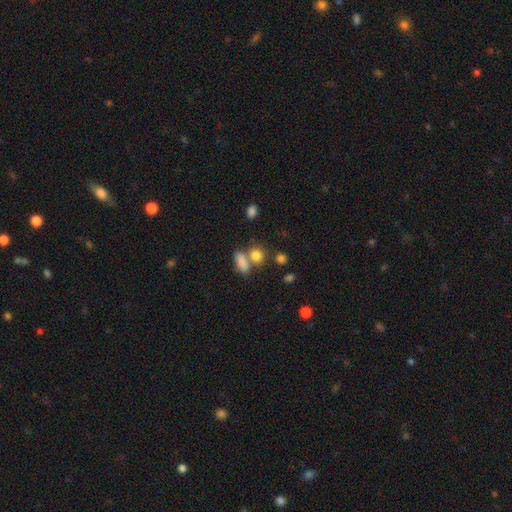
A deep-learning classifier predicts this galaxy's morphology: This appears to be a smooth galaxy with no disk features (81%) that is round (51%). Merging: none (52%).